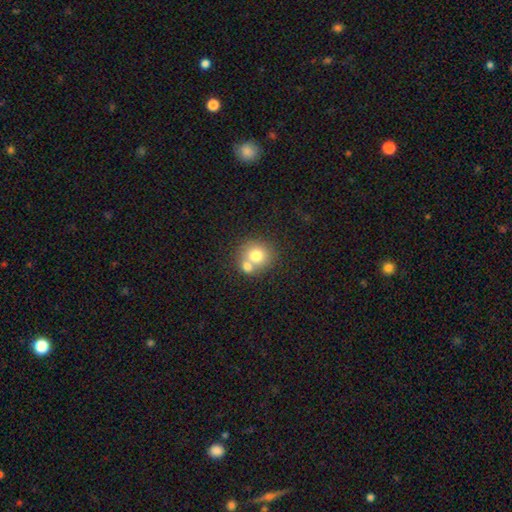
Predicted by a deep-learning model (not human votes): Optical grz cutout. It shows a smooth galaxy with no disk features (74%) that is round (83%). Merging: merger (48%).